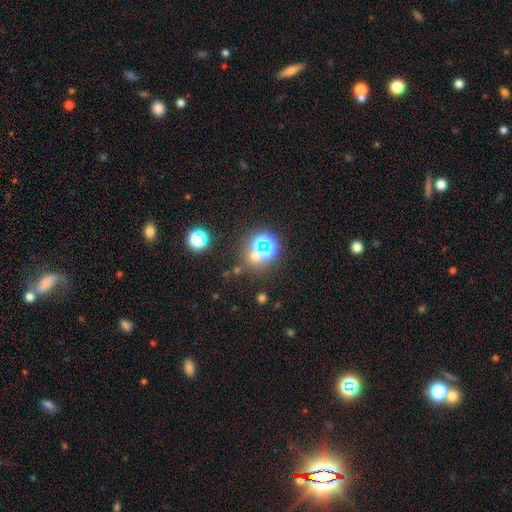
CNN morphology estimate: This appears to be a star or artifact, not a galaxy (52%).